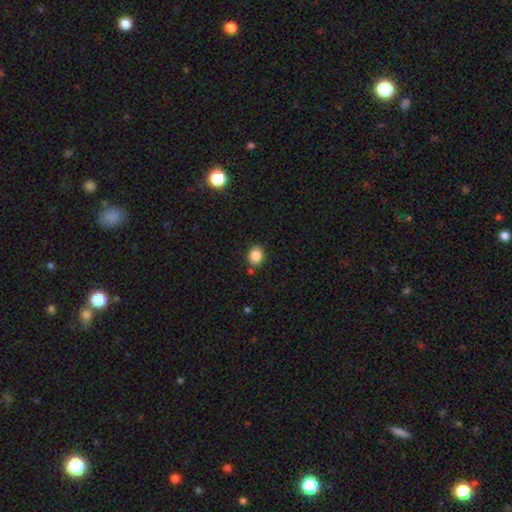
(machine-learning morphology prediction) This appears to be a smooth galaxy with no disk features (85%) that is round (69%). Merging: none (81%).